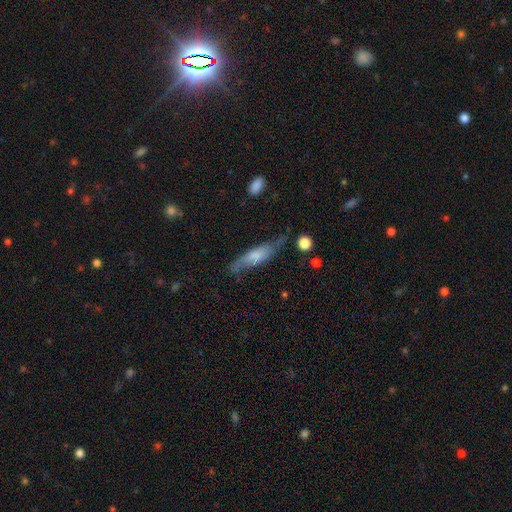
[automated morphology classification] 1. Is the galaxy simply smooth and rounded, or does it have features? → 49% smooth, 43% featured or disk, 7% star or artifact.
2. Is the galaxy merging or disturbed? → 55% none, 29% minor disturbance, 12% major disturbance, 4% merger.